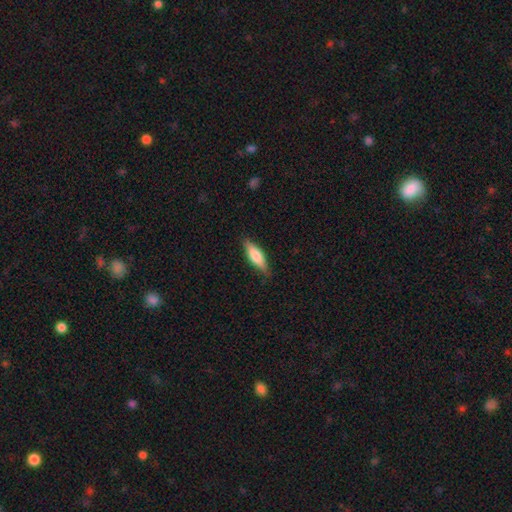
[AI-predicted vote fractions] smooth-or-featured: smooth: 68% | featured or disk: 26% | star or artifact: 6%
  how-rounded: in between: 49% (tied) | cigar-shaped: 49% (tied) | round: 2%
  merging: none: 83% | minor disturbance: 13% | major disturbance: 3% | merger: 1%